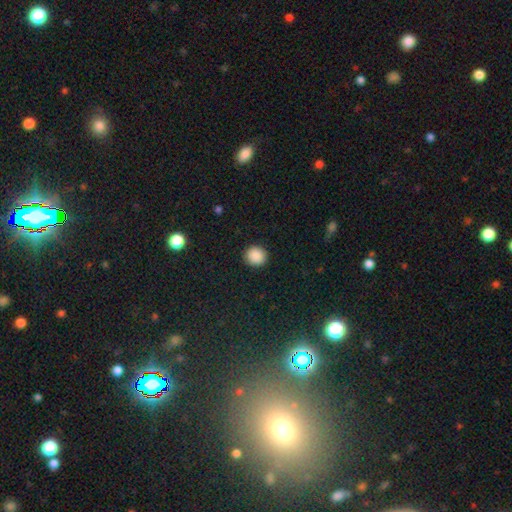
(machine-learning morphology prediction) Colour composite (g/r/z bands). It shows a smooth galaxy with no disk features (88%) that is round (91%). Merging: none (92%).